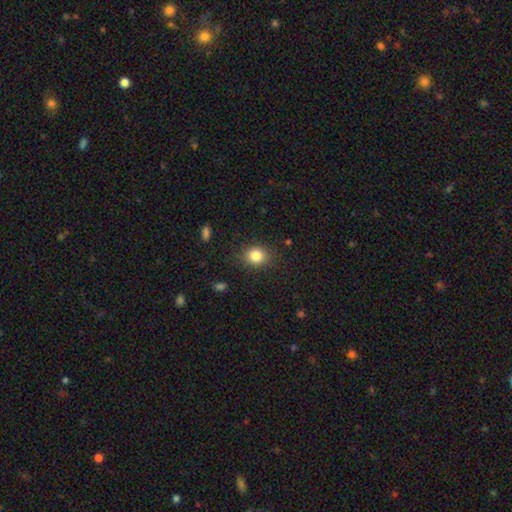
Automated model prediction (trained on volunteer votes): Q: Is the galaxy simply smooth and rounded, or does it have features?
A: smooth — 84%.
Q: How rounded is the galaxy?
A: round — 65%.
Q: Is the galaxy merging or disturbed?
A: none — 84%.